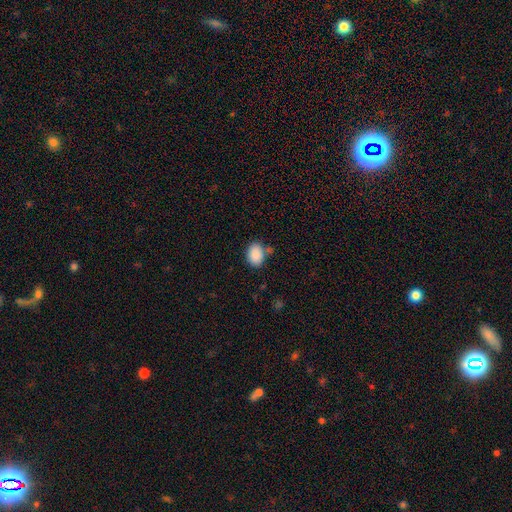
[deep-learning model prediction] smooth-or-featured: smooth: 89% | star or artifact: 7% | featured or disk: 4%
  how-rounded: in between: 78% | round: 21% | cigar-shaped: 1%
  merging: none: 72% | minor disturbance: 15% | merger: 8% | major disturbance: 4%